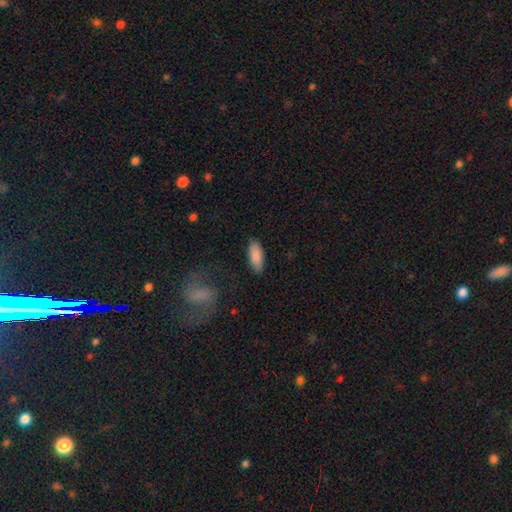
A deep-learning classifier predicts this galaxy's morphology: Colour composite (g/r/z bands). It shows a smooth galaxy with no disk features (87%) that is in between round and cigar-shaped (78%). Merging: none (86%).